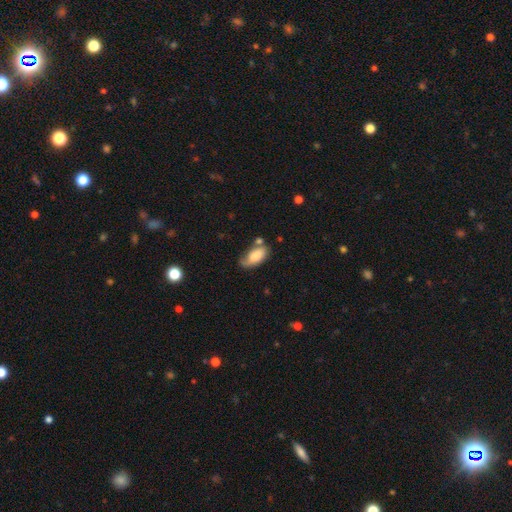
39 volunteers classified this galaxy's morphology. A smooth galaxy with no disk features (69%) that is in between round and cigar-shaped (93%).

Vote fractions:
- Smooth or featured? smooth: 69% / featured or disk: 26% / star or artifact: 5%
- How rounded? in between: 93% / round: 4% / cigar-shaped: 4%
- Merging? none: 38% / minor disturbance: 30% / merger: 19% / major disturbance: 14%